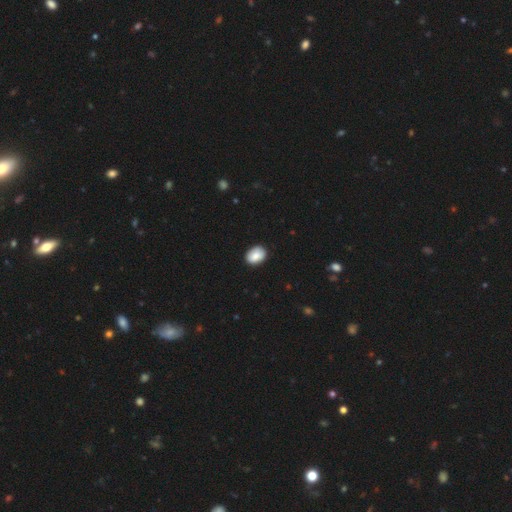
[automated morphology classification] A smooth galaxy with no disk features (87%) that is in between round and cigar-shaped (69%).

Vote fractions:
- Smooth or featured? smooth: 87% / star or artifact: 7% / featured or disk: 6%
- How rounded? in between: 69% / round: 30% / cigar-shaped: 1%
- Merging? none: 88% / minor disturbance: 10% / major disturbance: 2% / merger: 1%